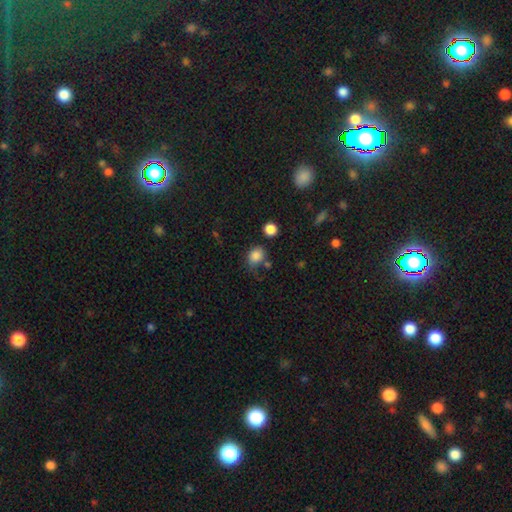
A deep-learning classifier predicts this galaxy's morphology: This is clearly a smooth galaxy (85%). How rounded: possibly in between (50%). Merging: likely none (61%).